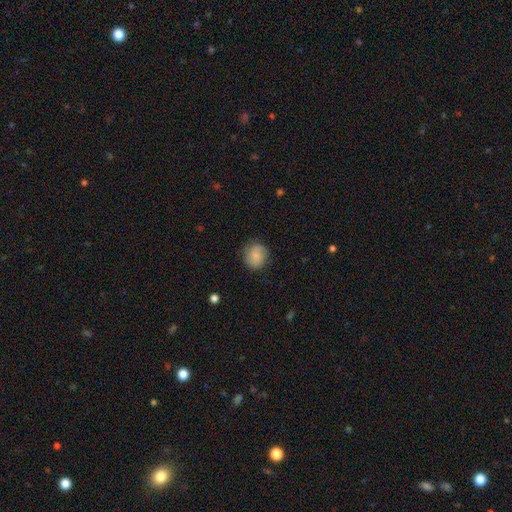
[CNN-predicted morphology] smooth 62%, featured or disk 30%, star or artifact 8%. Down the decision tree: how rounded — round (83%); merging — none (79%).